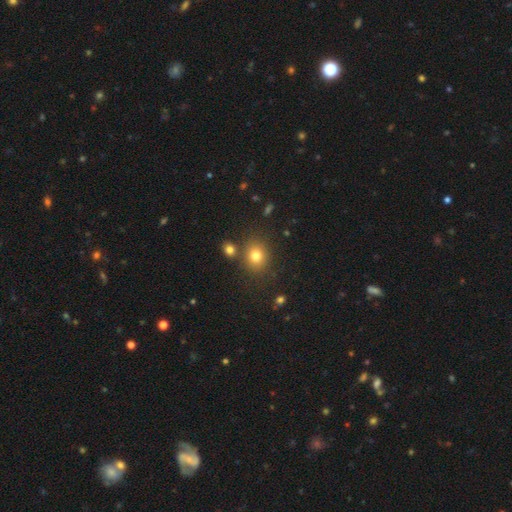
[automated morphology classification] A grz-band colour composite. It shows a smooth galaxy with no disk features (78%) that is round (67%). Merging: none (77%).